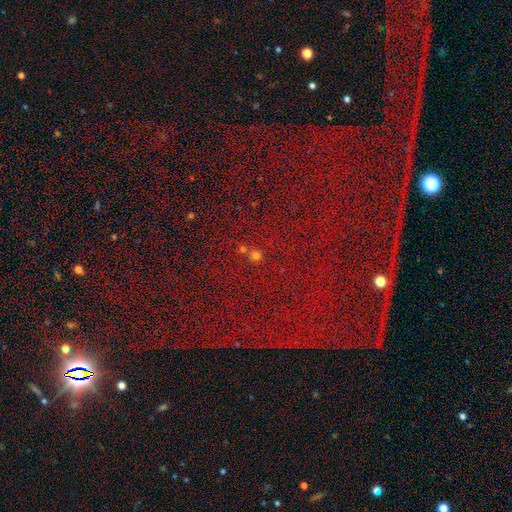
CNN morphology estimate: Overall: smooth (53%; star or artifact 39%). How rounded: round (89%). Merging: none (67%).